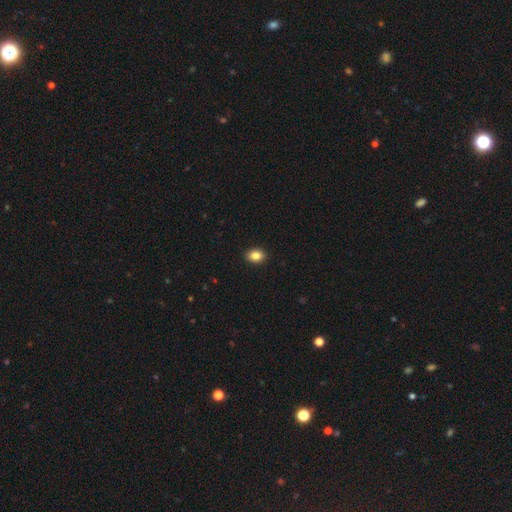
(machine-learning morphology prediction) Q: Smooth or featured?
A: smooth (85%); runner-up: star or artifact (9%)
Q: How rounded?
A: in between (65%); runner-up: round (34%)
Q: Merging?
A: none (91%); runner-up: minor disturbance (6%)